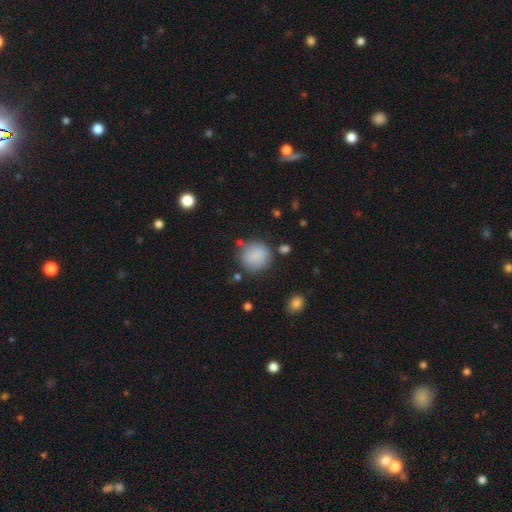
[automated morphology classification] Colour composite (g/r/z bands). It shows a smooth galaxy with no disk features (86%) that is round (90%). Merging: none (76%).